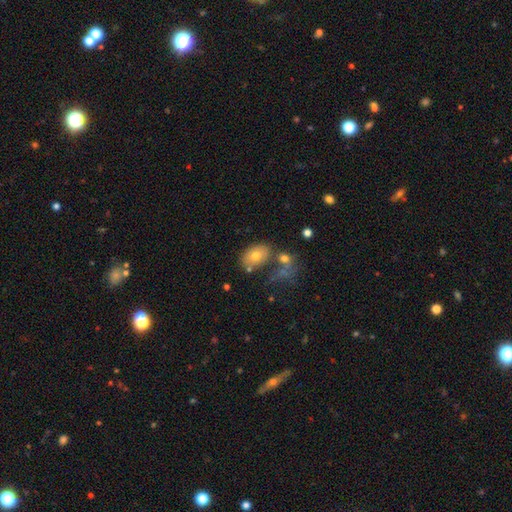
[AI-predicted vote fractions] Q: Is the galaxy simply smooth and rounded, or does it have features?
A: smooth — 71%.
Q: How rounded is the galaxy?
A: in between — 82%.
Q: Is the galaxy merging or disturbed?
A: none — 57%.